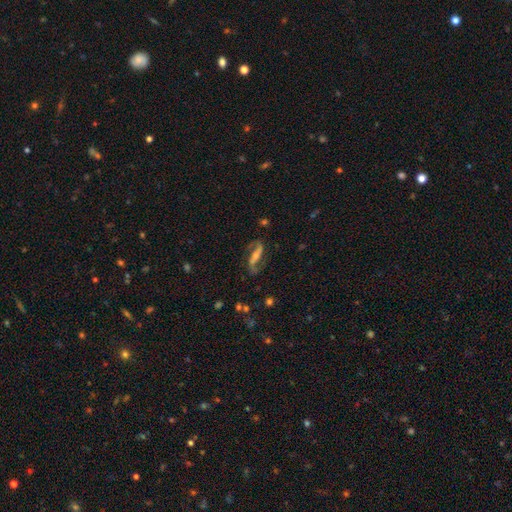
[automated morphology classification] The model was most divided on "bulge size": small: 45%, moderate: 42%, none: 6%, large: 5%, dominant: 2%. More confident: spiral arms — yes (93%); spiral arm count — 2 (90%); edge-on disk — no (90%); smooth or featured — featured or disk (80%); merging — none (71%); spiral winding — loose (52%); bar — strong (51%).